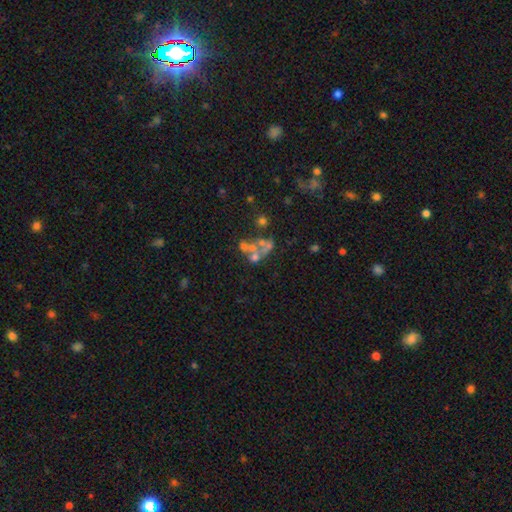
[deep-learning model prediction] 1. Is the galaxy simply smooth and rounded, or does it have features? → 45% featured or disk, 29% star or artifact, 27% smooth.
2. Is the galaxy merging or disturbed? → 40% merger, 34% none, 16% major disturbance, 10% minor disturbance.